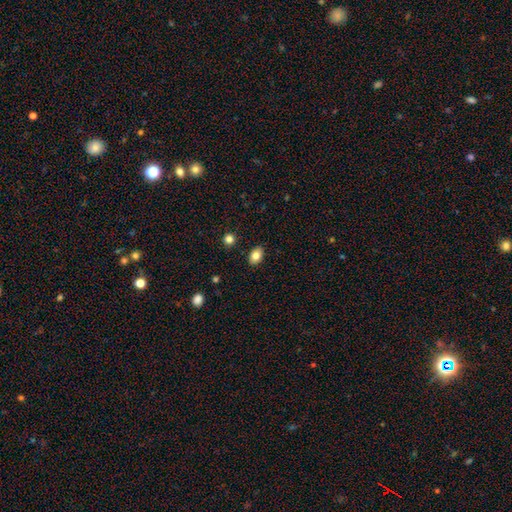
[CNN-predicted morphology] This is clearly a smooth galaxy (83%). How rounded: clearly in between (81%). Merging: clearly none (88%).